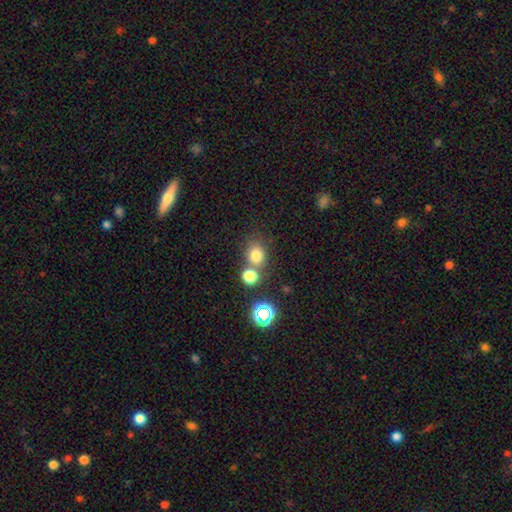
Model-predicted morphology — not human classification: smooth 75%, star or artifact 17%, featured or disk 8%. Down the decision tree: how rounded — round (66%); merging — none (59%).